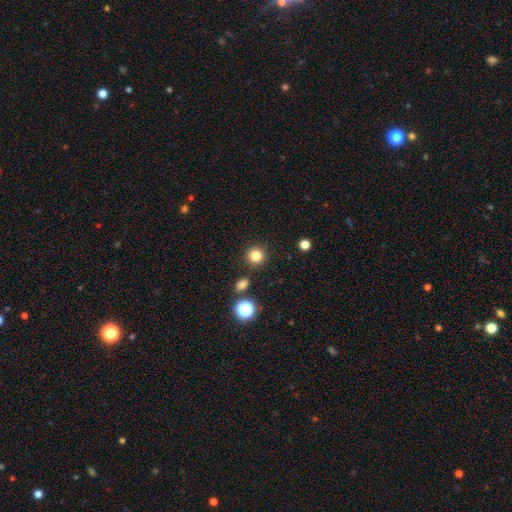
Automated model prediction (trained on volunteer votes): Smooth or featured? Predicted: smooth (p=0.82). How rounded? Predicted: round (p=0.93). Merging? Predicted: none (p=0.88).